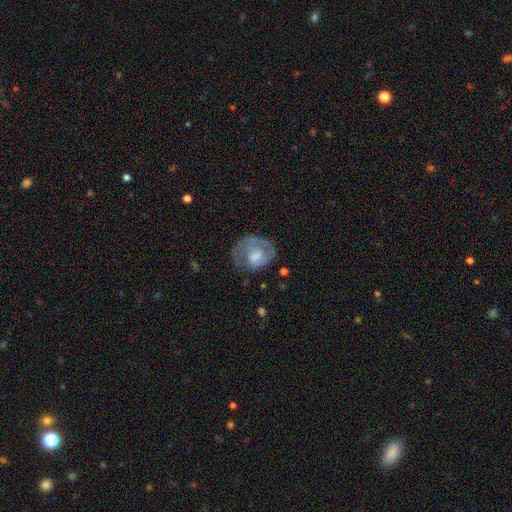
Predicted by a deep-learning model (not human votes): Overall: featured or disk (48%; smooth 44%). Merging: none (46%; minor disturbance 26%).